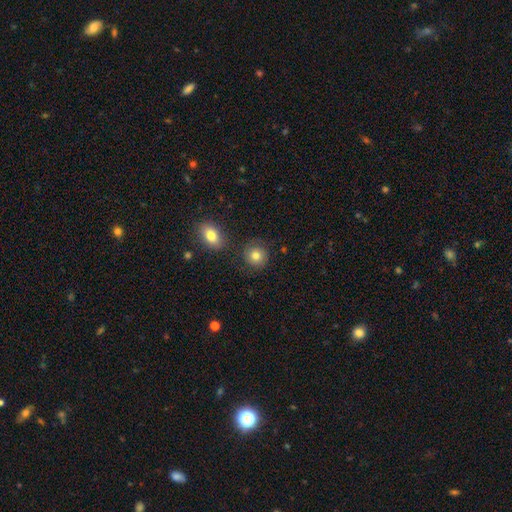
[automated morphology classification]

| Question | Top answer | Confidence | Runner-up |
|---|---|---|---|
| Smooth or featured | smooth | 79% | star or artifact (10%) |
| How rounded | round | 87% | in between (12%) |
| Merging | none | 83% | minor disturbance (10%) |